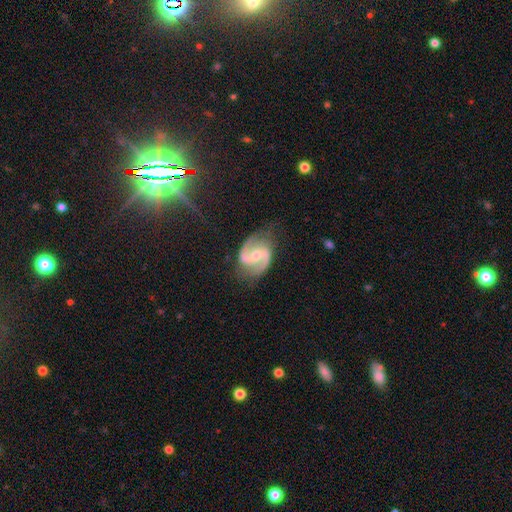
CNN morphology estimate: smooth-or-featured: featured or disk: 91% | star or artifact: 4% | smooth: 4%
  disk-edge-on: no: 98% | yes: 2%
    bar: weak: 46% | no: 41% | strong: 13%
    has-spiral-arms: yes: 98% | no: 2%
      spiral-winding: medium: 61% | loose: 21% | tight: 19%
      spiral-arm-count: 2: 93% | can't tell: 2% | 3: 2% | 1: 1% | 4: 1% | more than 4: 1%
    bulge-size: moderate: 59% | small: 35% | large: 3% | none: 3% | dominant: 1%
  merging: none: 75% | minor disturbance: 18% | major disturbance: 6% | merger: 1%